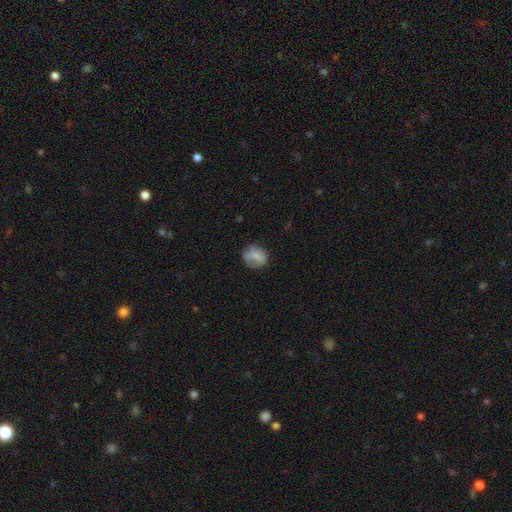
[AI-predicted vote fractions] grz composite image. It shows a smooth galaxy with no disk features (71%) that is round (74%). Merging: none (66%).